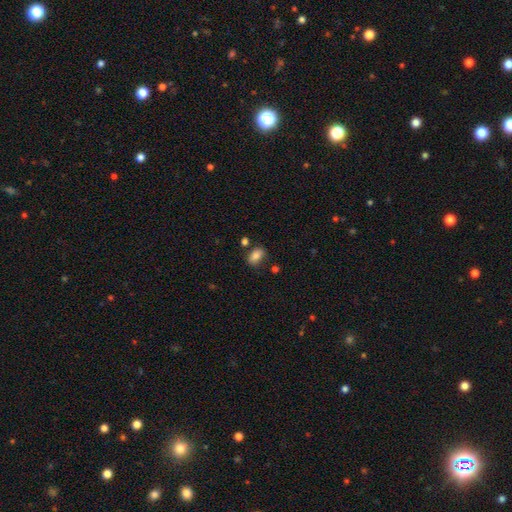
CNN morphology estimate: Smooth or featured? Predicted: smooth (p=0.82). How rounded? Predicted: in between (p=0.87). Merging? Predicted: none (p=0.79).